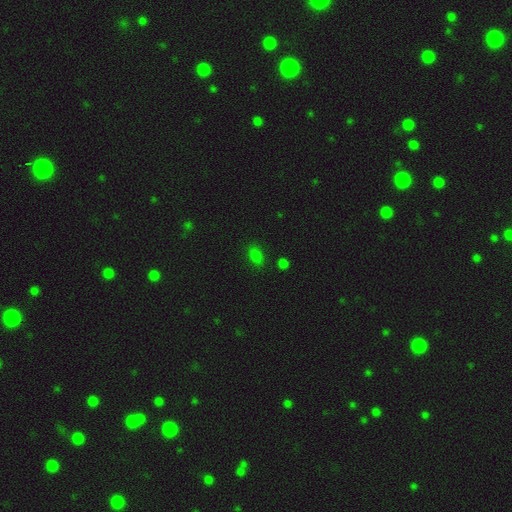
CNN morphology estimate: Smooth or featured: smooth — 77% (star or artifact — 18%)
How rounded: in between — 81% (round — 17%)
Merging: none — 81% (minor disturbance — 13%)